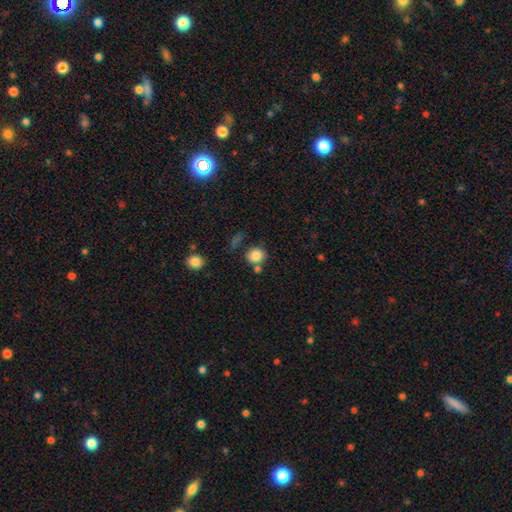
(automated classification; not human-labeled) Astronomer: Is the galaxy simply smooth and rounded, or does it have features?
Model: smooth — 85%.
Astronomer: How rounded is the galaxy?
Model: round — 79%.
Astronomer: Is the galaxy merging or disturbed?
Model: none — 66%.